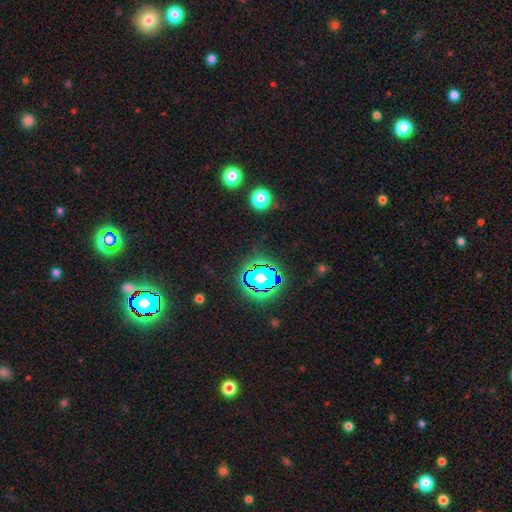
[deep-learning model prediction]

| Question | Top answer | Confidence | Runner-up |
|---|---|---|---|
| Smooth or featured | star or artifact | 81% | smooth (12%) |